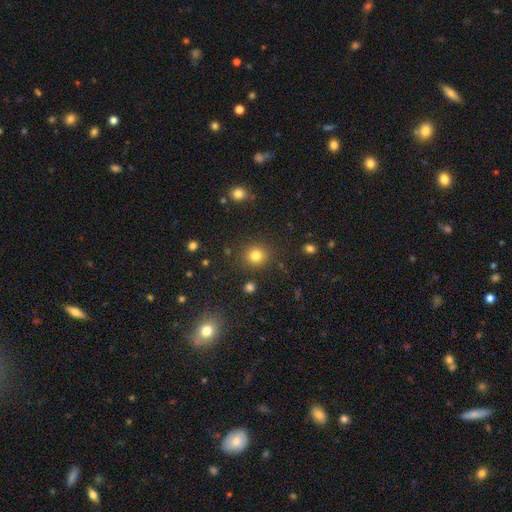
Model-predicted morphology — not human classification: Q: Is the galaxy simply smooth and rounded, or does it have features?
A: smooth — 82%.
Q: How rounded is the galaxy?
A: round — 90%.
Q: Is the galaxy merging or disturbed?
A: none — 88%.